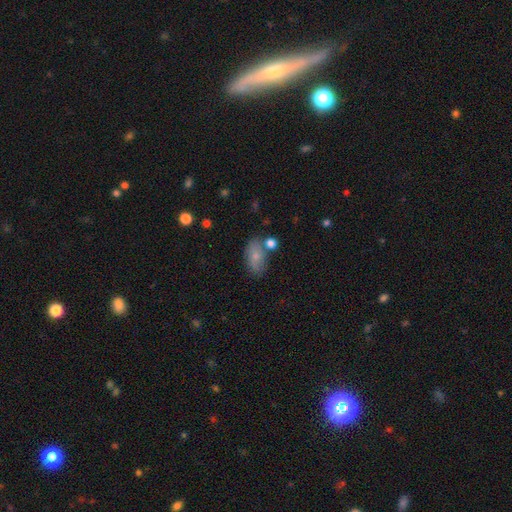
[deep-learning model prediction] The model was most divided on "merging": none: 63%, minor disturbance: 19%, merger: 13%, major disturbance: 6%. More confident: how rounded — in between (89%); smooth or featured — smooth (77%).